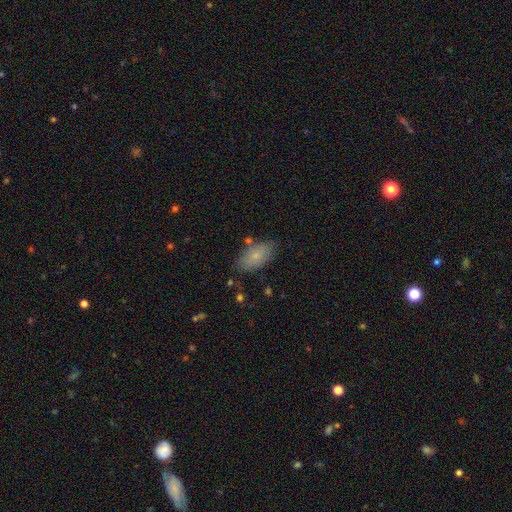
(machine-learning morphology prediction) A smooth galaxy with no disk features (76%) that is in between round and cigar-shaped (92%).

Vote fractions:
- Smooth or featured? smooth: 76% / featured or disk: 16% / star or artifact: 8%
- How rounded? in between: 92% / cigar-shaped: 5% / round: 4%
- Merging? none: 78% / minor disturbance: 15% / merger: 4% / major disturbance: 3%